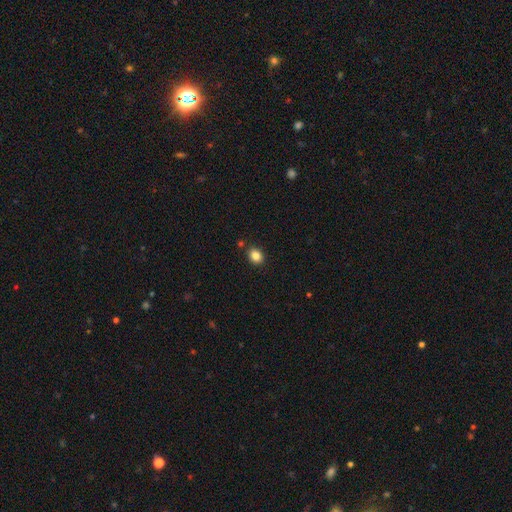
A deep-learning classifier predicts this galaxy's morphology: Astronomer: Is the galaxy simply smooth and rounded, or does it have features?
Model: smooth — 85%.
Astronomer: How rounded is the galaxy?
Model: in between — 50% (runner-up: round, 49%).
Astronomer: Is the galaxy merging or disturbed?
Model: none — 86%.